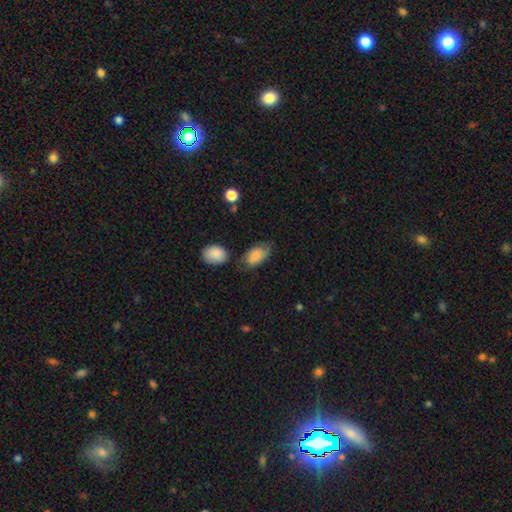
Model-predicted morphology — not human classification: Q: Smooth or featured?
A: smooth (78%); runner-up: featured or disk (14%)
Q: How rounded?
A: in between (92%); runner-up: round (6%)
Q: Merging?
A: none (55%); runner-up: minor disturbance (28%)